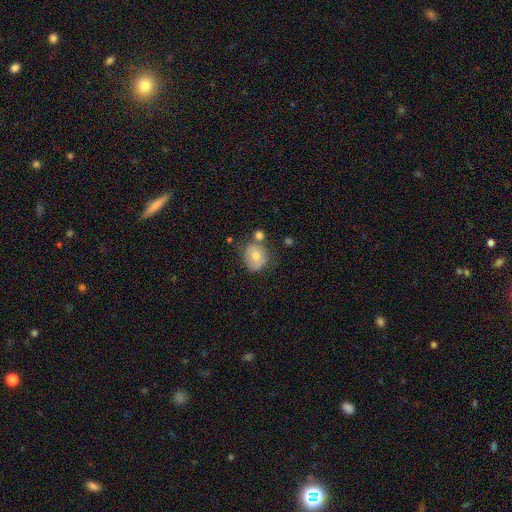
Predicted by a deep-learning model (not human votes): Smooth or featured? Predicted: smooth (p=0.61). How rounded? Predicted: round (p=0.71). Merging? Predicted: none (p=0.54).